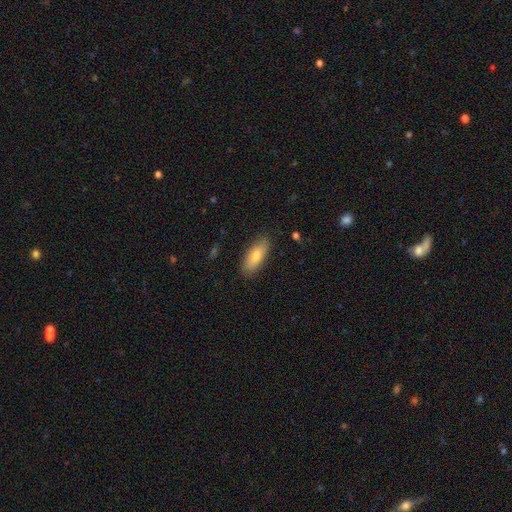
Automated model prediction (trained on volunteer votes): Morphology: type=smooth (74%); roundness=in between (76%); merging=none (85%).